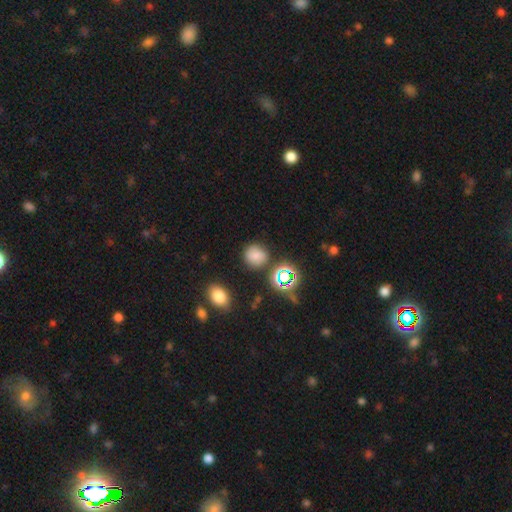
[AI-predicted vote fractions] This is likely a smooth galaxy (69%). How rounded: clearly round (82%). Merging: likely none (76%).